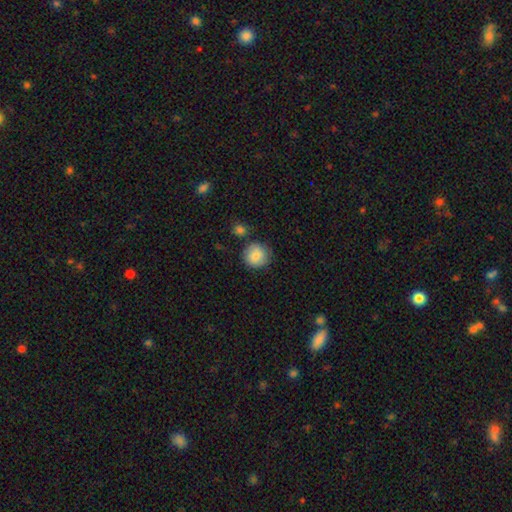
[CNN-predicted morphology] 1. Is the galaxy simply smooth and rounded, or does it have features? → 86% smooth, 7% star or artifact, 7% featured or disk.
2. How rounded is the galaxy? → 93% round, 6% in between, 1% cigar-shaped.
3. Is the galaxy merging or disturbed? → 80% none, 12% minor disturbance, 5% merger, 3% major disturbance.